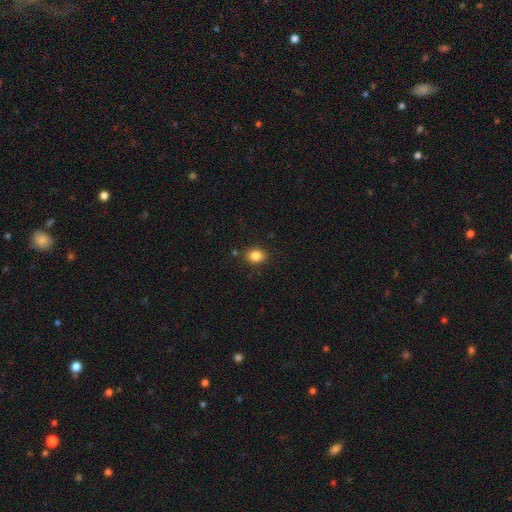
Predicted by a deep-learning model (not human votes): The model was most divided on "how rounded": round: 52%, in between: 47%, cigar-shaped: 1%. More confident: merging — none (86%); smooth or featured — smooth (84%).